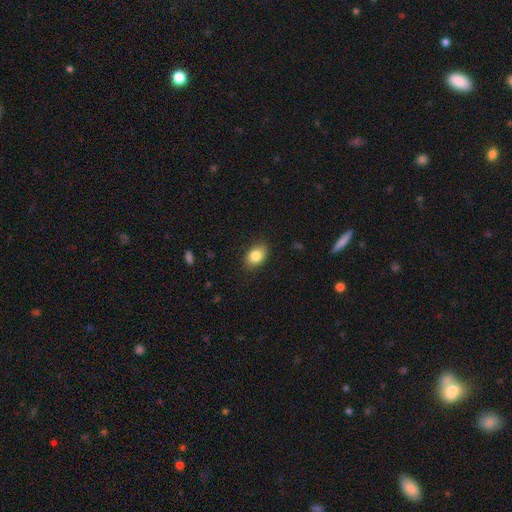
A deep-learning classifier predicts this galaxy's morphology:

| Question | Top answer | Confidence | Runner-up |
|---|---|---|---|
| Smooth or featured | smooth | 85% | star or artifact (8%) |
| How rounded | in between | 81% | round (18%) |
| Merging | none | 85% | minor disturbance (11%) |